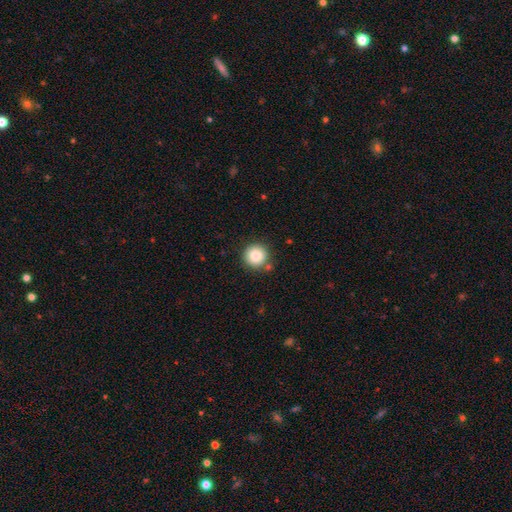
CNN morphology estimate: Overall: smooth (85%). How rounded: round (95%). Merging: none (85%).